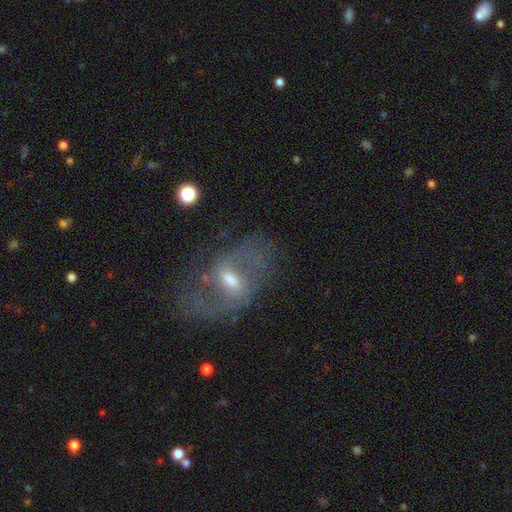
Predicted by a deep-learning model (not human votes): Q: Smooth or featured?
A: featured or disk (77%); runner-up: smooth (14%)
Q: Edge-on disk?
A: no (95%); runner-up: yes (5%)
Q: Bar?
A: weak (56%); runner-up: strong (25%)
Q: Spiral arms?
A: yes (83%); runner-up: no (17%)
Q: Spiral winding?
A: loose (49%); runner-up: medium (38%)
Q: Spiral arm count?
A: 2 (82%); runner-up: can't tell (10%)
Q: Bulge size?
A: moderate (59%); runner-up: small (32%)
Q: Merging?
A: none (62%); runner-up: minor disturbance (19%)